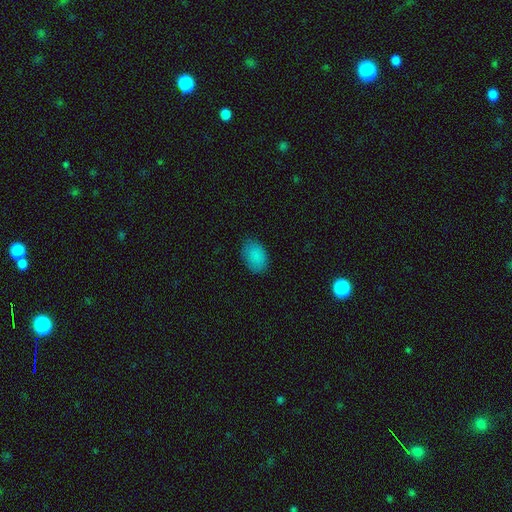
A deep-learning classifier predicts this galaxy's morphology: This appears to be a smooth galaxy with no disk features (86%) that is in between round and cigar-shaped (87%). Merging: none (82%).